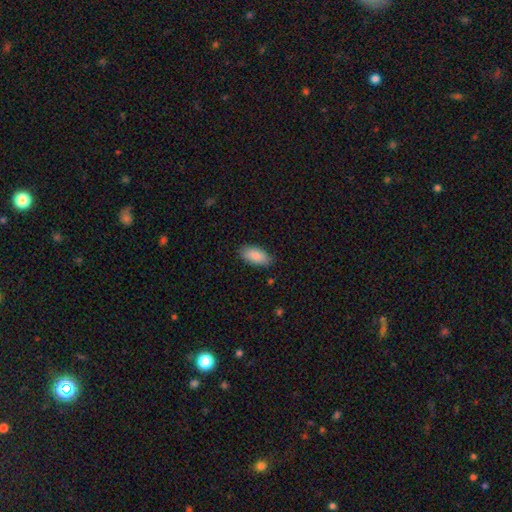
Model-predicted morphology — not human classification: This appears to be a smooth galaxy with no disk features (89%) that is in between round and cigar-shaped (92%). Merging: none (84%).